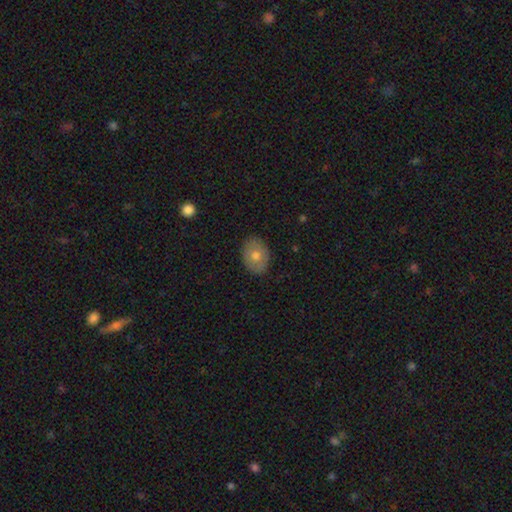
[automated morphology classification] Overall: smooth (67%). How rounded: in between (71%). Merging: none (86%).